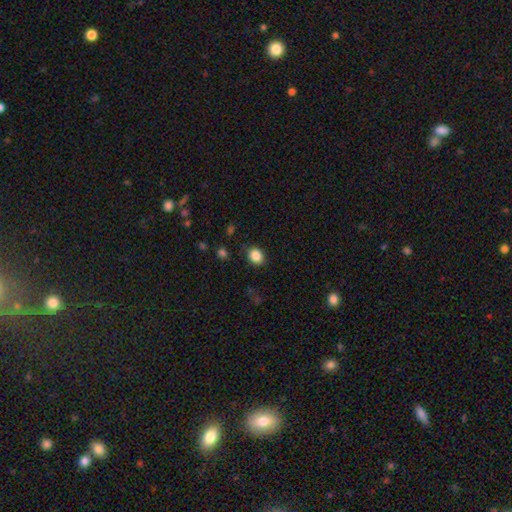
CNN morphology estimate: smooth_or_featured: smooth (p=0.86) [alt: star or artifact p=0.09]
how_rounded: in between (p=0.50) [tied with: round p=0.50]
merging: none (p=0.86) [alt: minor disturbance p=0.10]